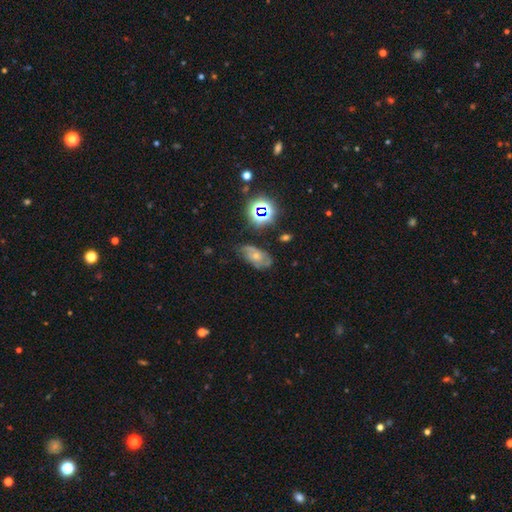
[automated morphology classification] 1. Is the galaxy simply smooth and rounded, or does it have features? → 49% featured or disk, 34% smooth, 17% star or artifact.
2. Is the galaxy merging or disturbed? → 56% none, 30% minor disturbance, 11% major disturbance, 3% merger.